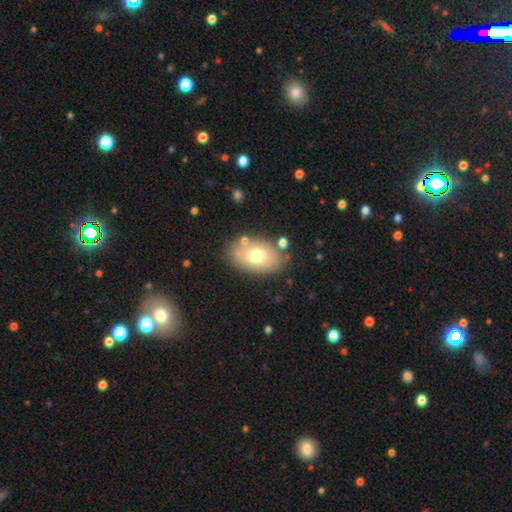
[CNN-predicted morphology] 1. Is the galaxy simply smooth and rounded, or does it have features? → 70% smooth, 22% featured or disk, 9% star or artifact.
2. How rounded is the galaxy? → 89% in between, 10% round, 1% cigar-shaped.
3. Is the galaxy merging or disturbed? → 78% none, 13% minor disturbance, 6% merger, 3% major disturbance.